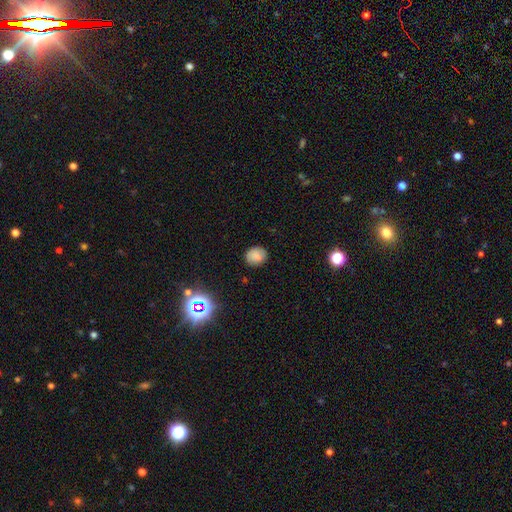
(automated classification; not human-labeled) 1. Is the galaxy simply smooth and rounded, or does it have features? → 80% smooth, 14% star or artifact, 7% featured or disk.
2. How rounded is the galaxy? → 68% round, 31% in between, 1% cigar-shaped.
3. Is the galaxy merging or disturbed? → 84% none, 12% minor disturbance, 3% major disturbance, 1% merger.